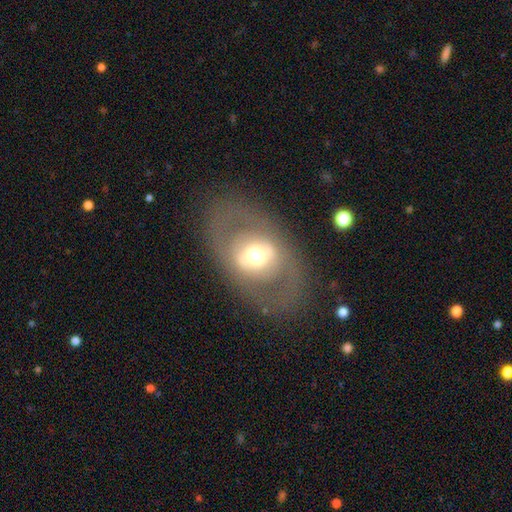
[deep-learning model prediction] A featured or disk galaxy (58%) with no bar (40%), no spiral arms (83%) and a moderate central bulge (60%). Merging: none (77%).